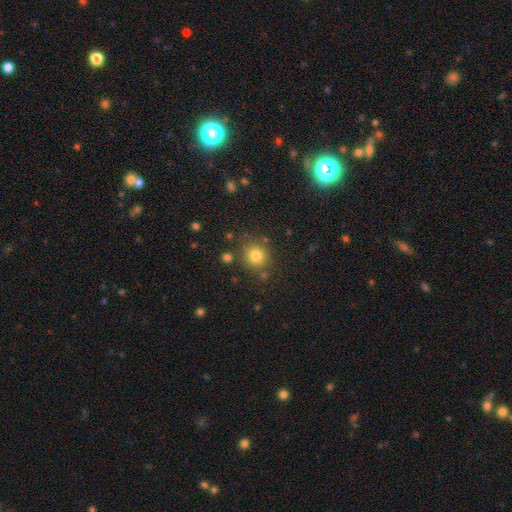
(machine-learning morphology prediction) Overall: smooth (79%). How rounded: round (90%). Merging: none (82%).